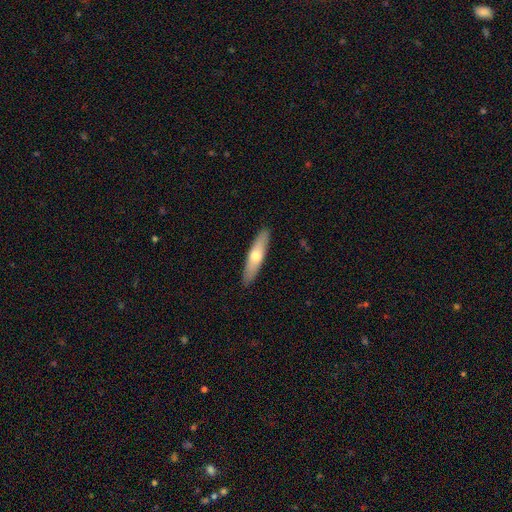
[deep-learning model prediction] Smooth or featured? Predicted: smooth (p=0.55). How rounded? Predicted: cigar-shaped (p=0.76). Merging? Predicted: none (p=0.90).